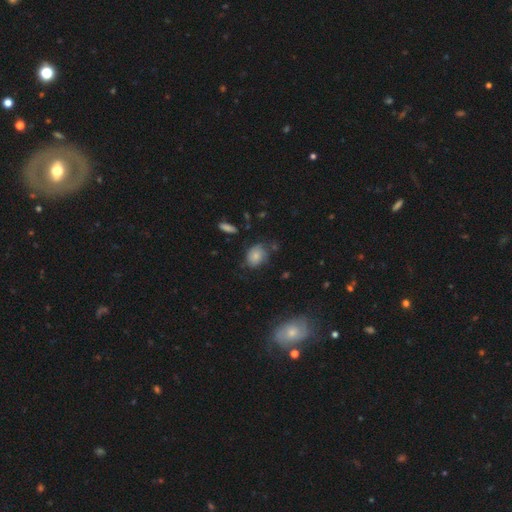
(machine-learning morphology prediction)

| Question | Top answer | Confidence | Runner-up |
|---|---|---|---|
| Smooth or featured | smooth | 67% | featured or disk (23%) |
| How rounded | in between | 51% | round (48%) |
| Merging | none | 55% | minor disturbance (30%) |